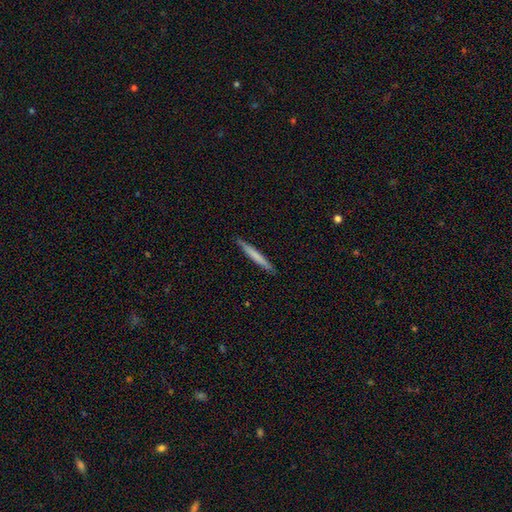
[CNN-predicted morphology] Smooth or featured?
  - smooth: 66% *
  - featured or disk: 29%
  - star or artifact: 5%
How rounded?
  - cigar-shaped: 96% *
  - in between: 2%
  - round: 1%
Merging?
  - none: 90% *
  - minor disturbance: 8%
  - major disturbance: 1%
  - merger: 1%